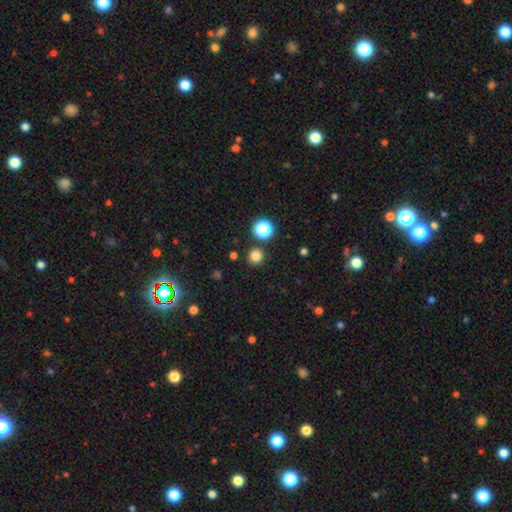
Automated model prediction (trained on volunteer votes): This is clearly a smooth galaxy (80%). How rounded: clearly round (94%). Merging: clearly none (89%).